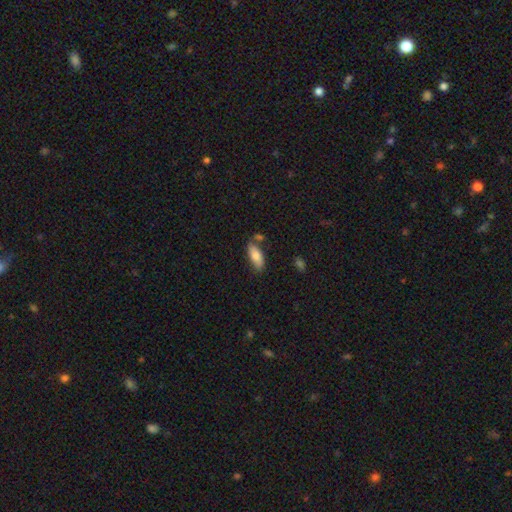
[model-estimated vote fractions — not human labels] This is likely a smooth galaxy (77%). How rounded: likely in between (77%). Merging: likely none (71%).